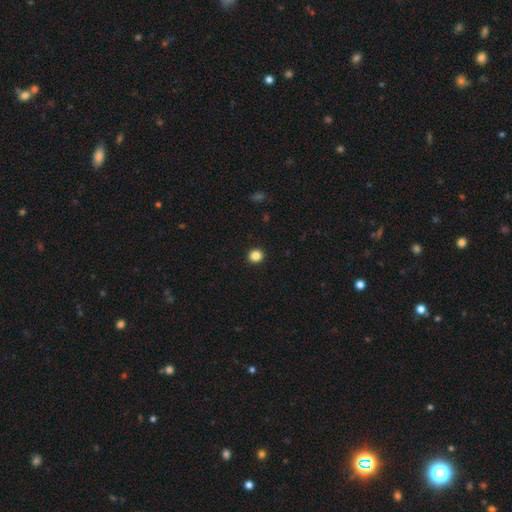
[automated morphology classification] Smooth or featured? Predicted: smooth (p=0.86). How rounded? Predicted: round (p=0.90). Merging? Predicted: none (p=0.94).